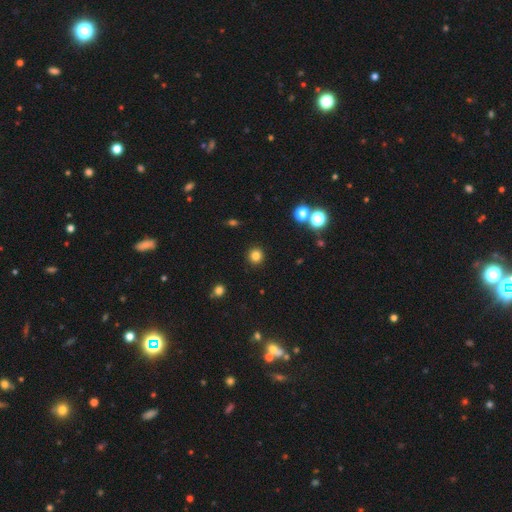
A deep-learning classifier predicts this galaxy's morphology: The model was most divided on "smooth or featured": smooth: 82%, star or artifact: 13%, featured or disk: 4%. More confident: how rounded — round (93%); merging — none (92%).